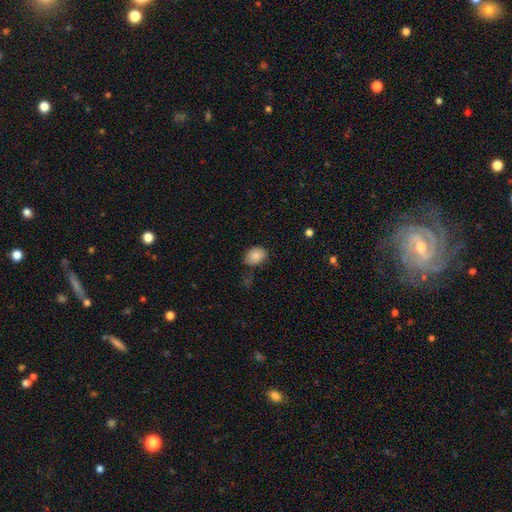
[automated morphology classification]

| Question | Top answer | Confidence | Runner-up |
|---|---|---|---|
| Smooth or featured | smooth | 85% | star or artifact (8%) |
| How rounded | in between | 65% | round (34%) |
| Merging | none | 74% | minor disturbance (20%) |